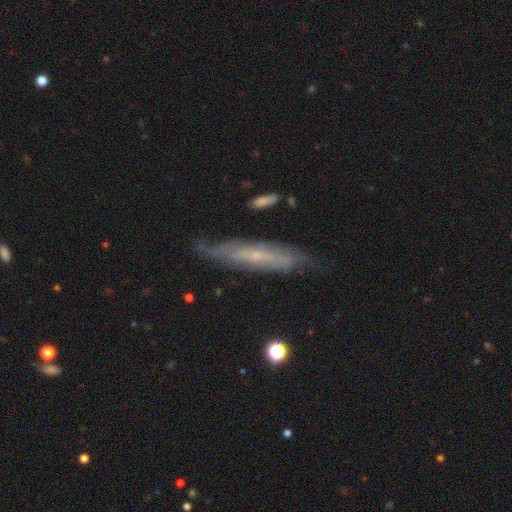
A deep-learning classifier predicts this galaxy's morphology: Overall: featured or disk (68%). Edge-on disk: yes (53%; no 47%). Merging: none (73%).